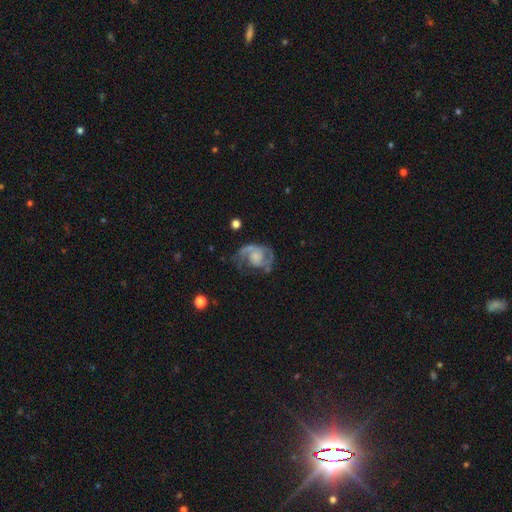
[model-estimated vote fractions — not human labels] featured or disk 78%, smooth 16%, star or artifact 6%. Down the decision tree: edge-on disk — no (98%); bar — no (70%); spiral arms — yes (89%); spiral arm count — 2 (65%); spiral winding — medium (47%); bulge size — none (30%); merging — none (49%).